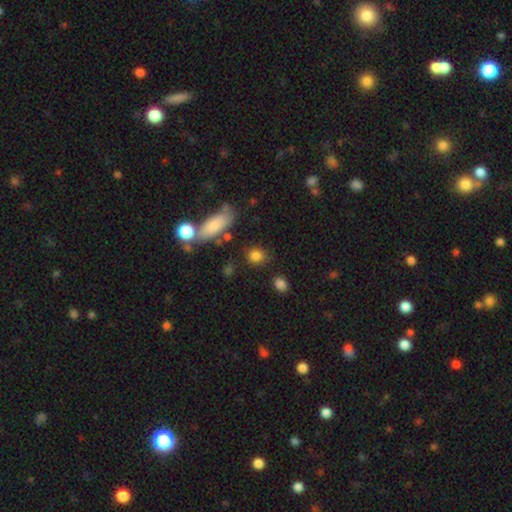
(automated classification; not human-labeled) Morphology: type=smooth (84%); roundness=round (61%); merging=none (76%).